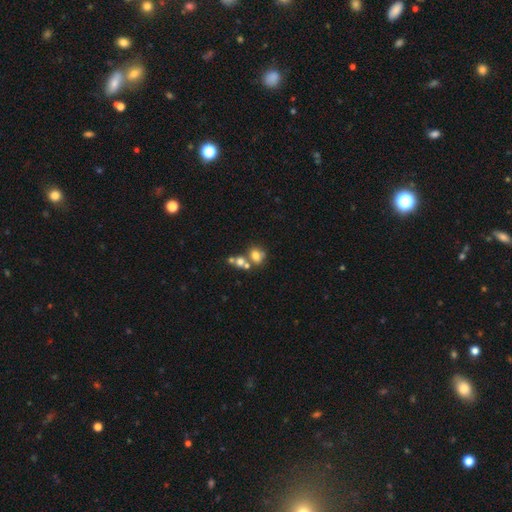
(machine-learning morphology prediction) Overall: smooth (69%). How rounded: round (53%; in between 45%). Merging: merger (42%; none 41%).